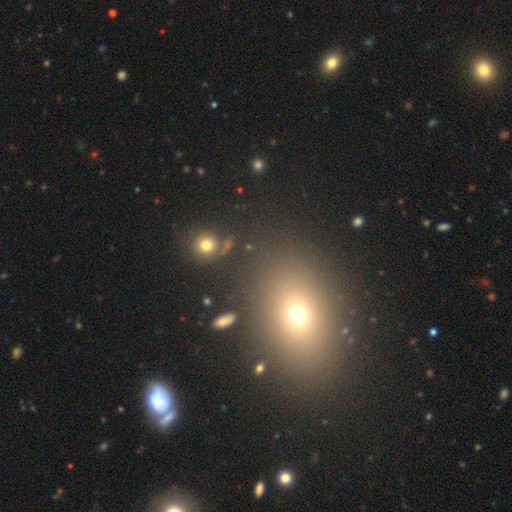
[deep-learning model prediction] This appears to be a smooth galaxy with no disk features (59%) that is in between round and cigar-shaped (62%). Merging: none (86%).